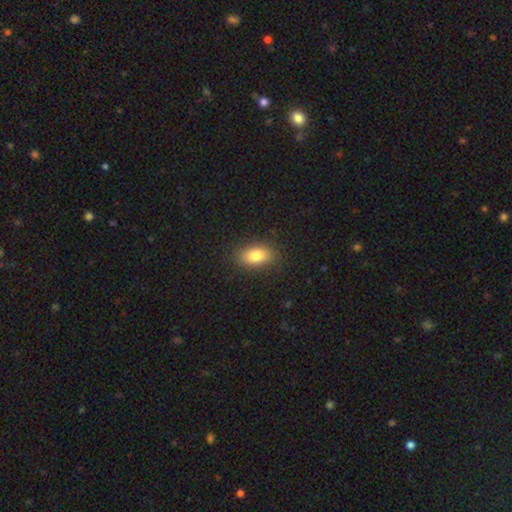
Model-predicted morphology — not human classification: This appears to be a smooth galaxy with no disk features (82%) that is in between round and cigar-shaped (88%). Merging: none (86%).